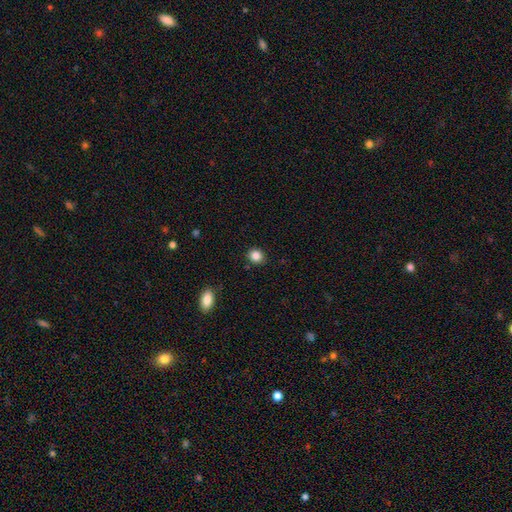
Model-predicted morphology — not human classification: Smooth or featured? smooth (86%)
How rounded? round (75%)
Merging? none (88%)